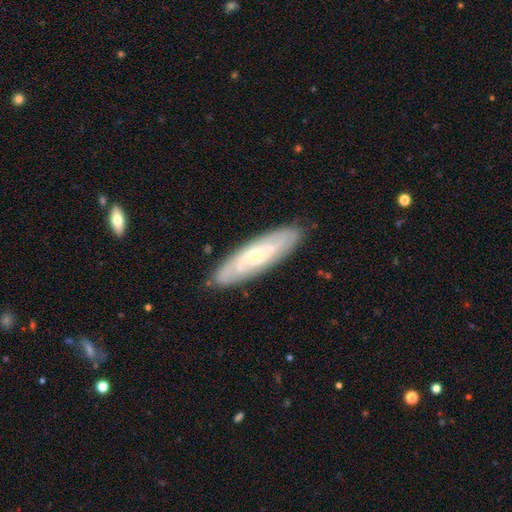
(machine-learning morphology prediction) Overall: featured or disk (69%). Edge-on disk: no (76%). Bar: no (58%; weak 34%). Spiral arms: yes (89%). Bulge size: small (66%; moderate 26%). Merging: none (85%).